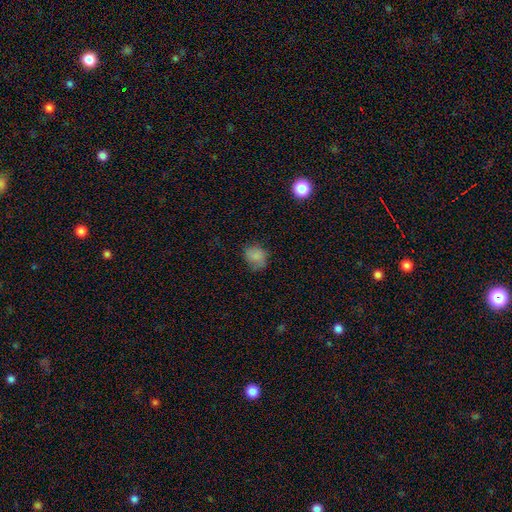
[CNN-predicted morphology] Smooth or featured? Predicted: smooth (p=0.81). How rounded? Predicted: round (p=0.64). Merging? Predicted: none (p=0.65).